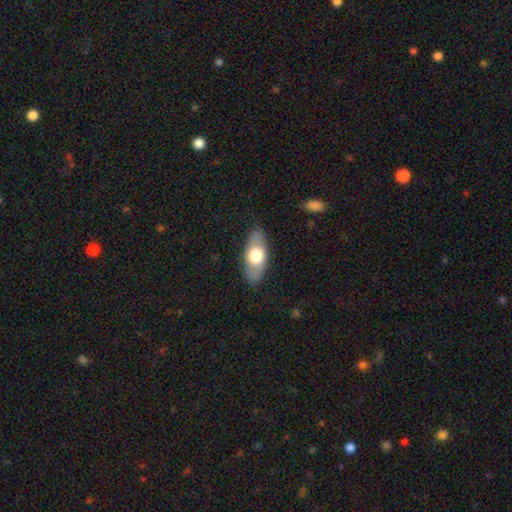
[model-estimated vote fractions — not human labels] This appears to be a smooth galaxy with no disk features (58%) that is in between round and cigar-shaped (82%). Merging: none (83%).